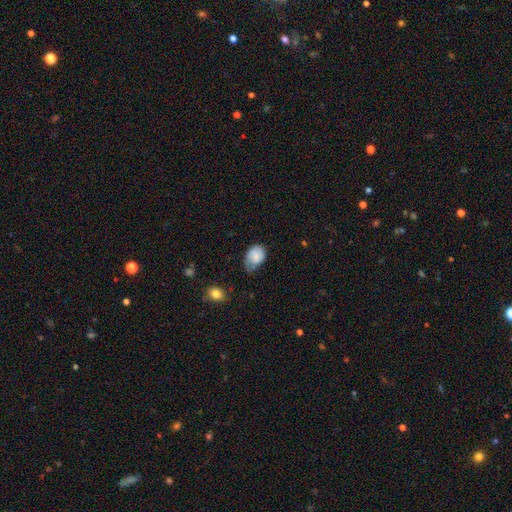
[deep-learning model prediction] This appears to be a smooth galaxy with no disk features (70%) that is in between round and cigar-shaped (79%). Merging: minor disturbance (43%).